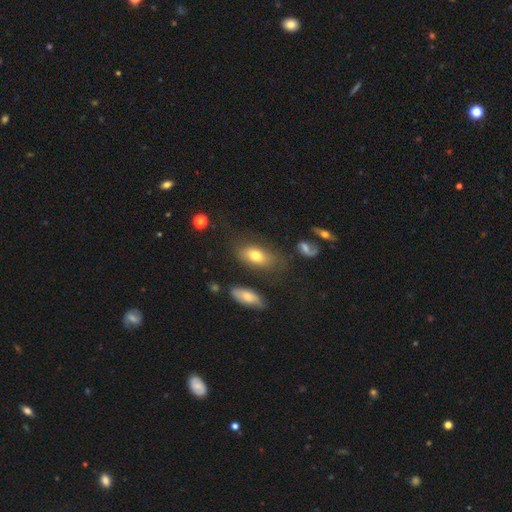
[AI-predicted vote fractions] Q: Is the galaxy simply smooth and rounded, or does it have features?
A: smooth — 73%.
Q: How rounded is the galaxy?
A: in between — 88%.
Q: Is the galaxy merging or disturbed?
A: none — 62%.